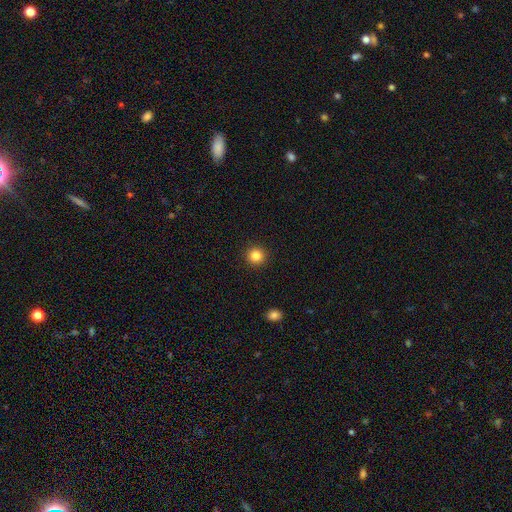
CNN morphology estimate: Smooth or featured?
  - smooth: 84% *
  - star or artifact: 11%
  - featured or disk: 4%
How rounded?
  - round: 95% *
  - in between: 4%
  - cigar-shaped: 1%
Merging?
  - none: 93% *
  - minor disturbance: 4%
  - major disturbance: 2%
  - merger: 1%